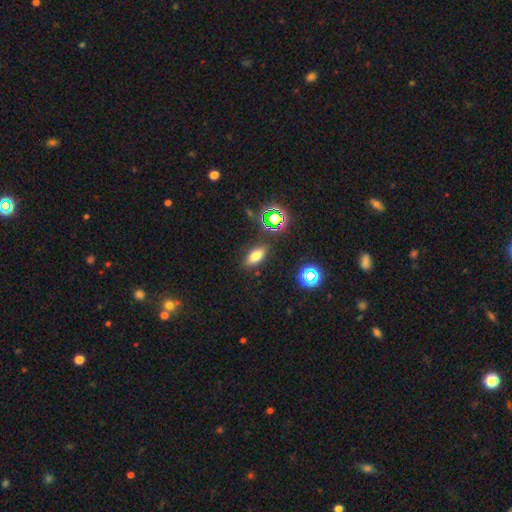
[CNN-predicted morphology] A smooth galaxy with no disk features (67%) that is in between round and cigar-shaped (78%). Merging: none (84%).